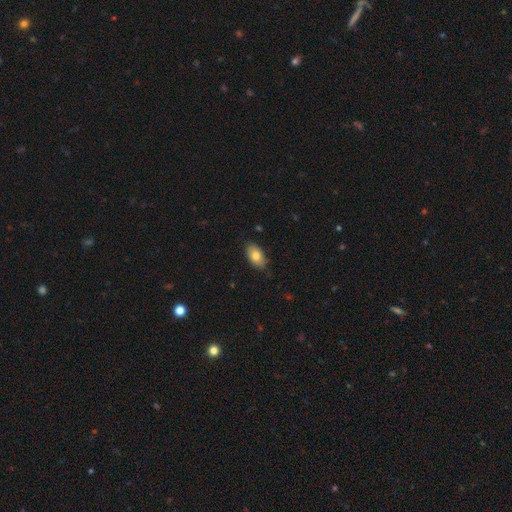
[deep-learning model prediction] Morphology: type=smooth (79%); roundness=in between (93%); merging=none (83%).